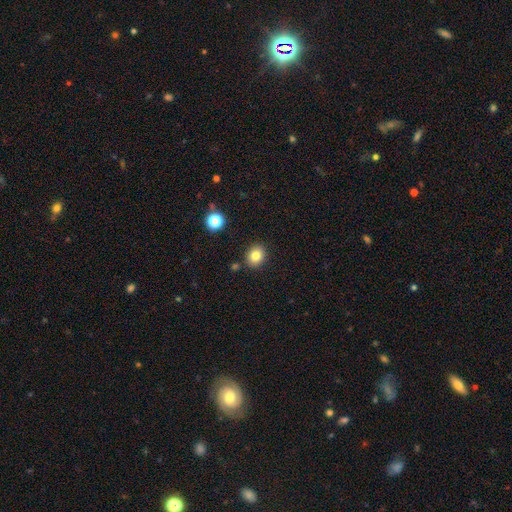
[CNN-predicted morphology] The model was most divided on "how rounded": round: 58%, in between: 41%, cigar-shaped: 1%. More confident: merging — none (86%); smooth or featured — smooth (82%).